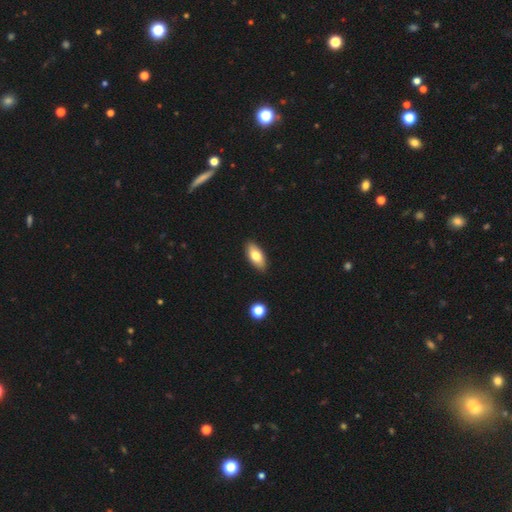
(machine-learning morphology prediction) type=smooth (77%); roundness=in between (88%); merging=none (88%).